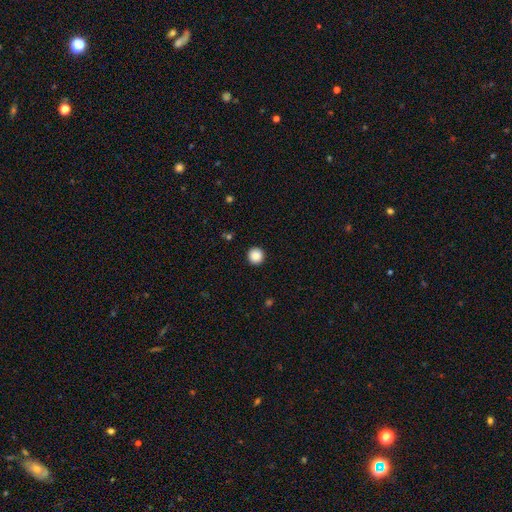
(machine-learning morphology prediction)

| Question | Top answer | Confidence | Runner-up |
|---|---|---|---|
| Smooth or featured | smooth | 88% | star or artifact (9%) |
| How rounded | round | 95% | in between (4%) |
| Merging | none | 93% | minor disturbance (4%) |